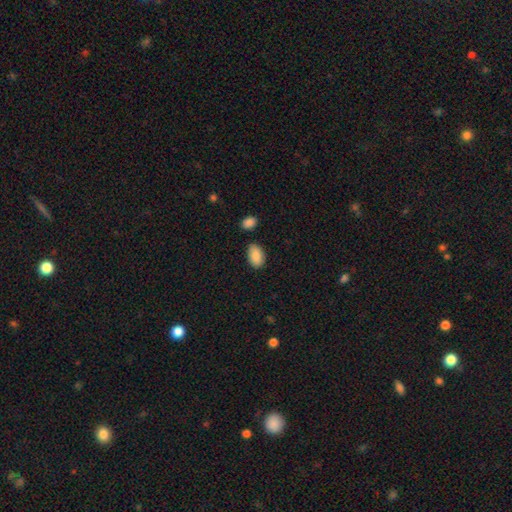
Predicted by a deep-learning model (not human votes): smooth-or-featured: smooth: 88% | star or artifact: 6% | featured or disk: 6%
  how-rounded: in between: 92% | round: 7% | cigar-shaped: 1%
  merging: none: 79% | minor disturbance: 14% | merger: 4% | major disturbance: 3%